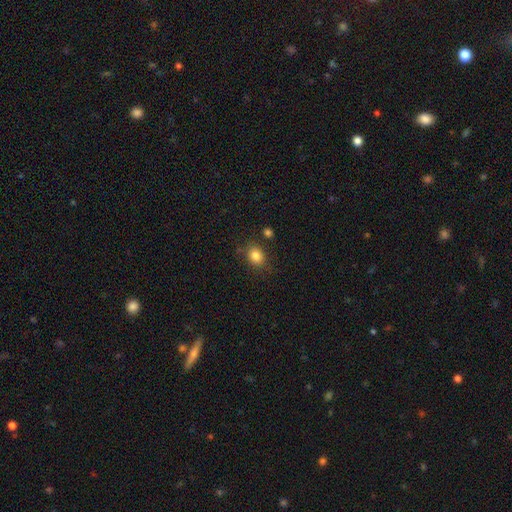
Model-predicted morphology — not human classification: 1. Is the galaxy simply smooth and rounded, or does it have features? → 84% smooth, 11% star or artifact, 6% featured or disk.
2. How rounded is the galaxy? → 51% round, 48% in between, 1% cigar-shaped.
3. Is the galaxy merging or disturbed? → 79% none, 13% minor disturbance, 5% merger, 4% major disturbance.